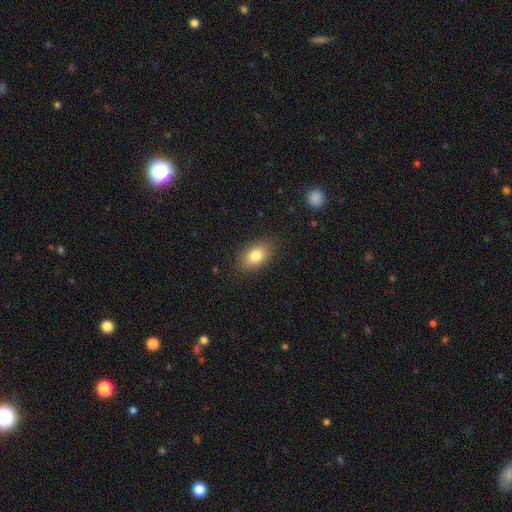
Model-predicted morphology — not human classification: A smooth galaxy with no disk features (81%) that is in between round and cigar-shaped (87%).

Vote fractions:
- Smooth or featured? smooth: 81% / featured or disk: 11% / star or artifact: 8%
- How rounded? in between: 87% / round: 11% / cigar-shaped: 2%
- Merging? none: 86% / minor disturbance: 10% / major disturbance: 3% / merger: 1%